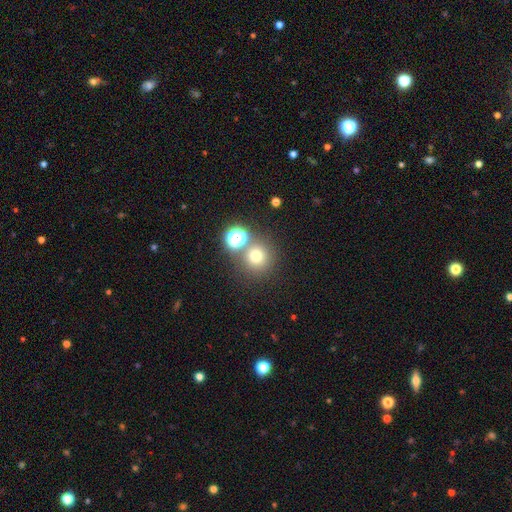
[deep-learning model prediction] Morphology: type=smooth (71%); roundness=round (93%); merging=none (70%).